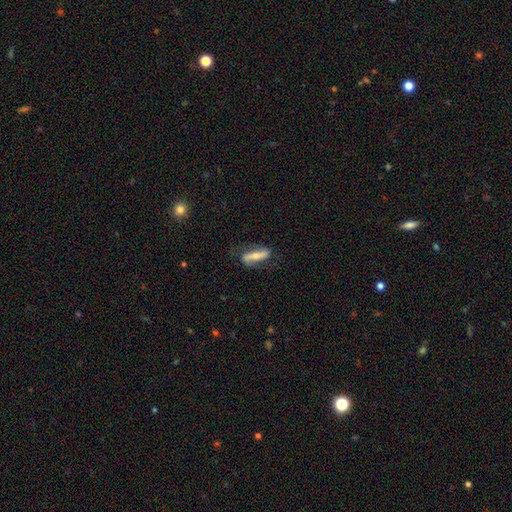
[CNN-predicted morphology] Smooth or featured: featured or disk — 60% (smooth — 33%)
Edge-on disk: no — 71% (yes — 29%)
Merging: none — 70% (minor disturbance — 19%)